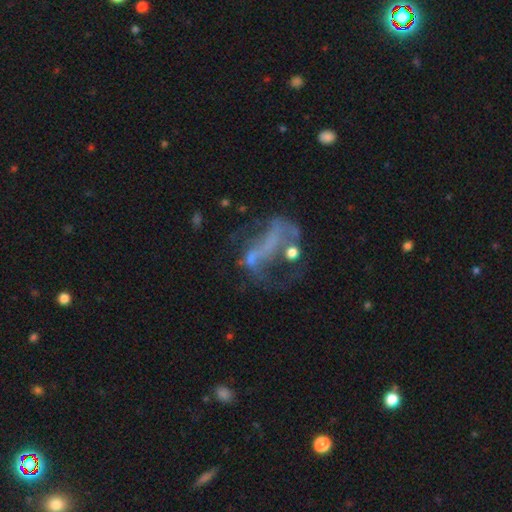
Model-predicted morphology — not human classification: Smooth or featured? featured or disk (67%)
Edge-on disk? no (96%)
Bar? no (50%)
Spiral arms? yes (58%)
Bulge size? none (58%)
Merging? major disturbance (38%)